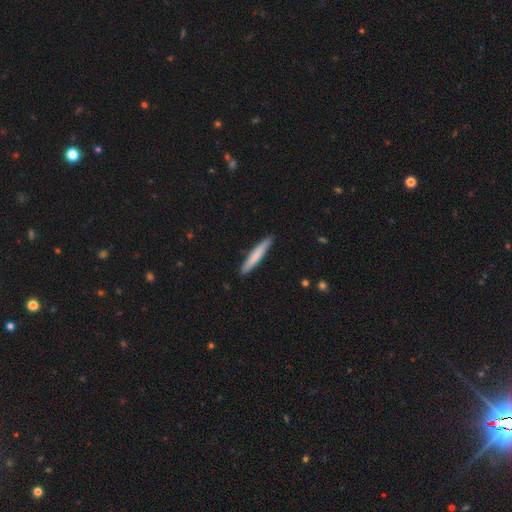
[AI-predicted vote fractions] Morphology: type=smooth (74%); roundness=cigar-shaped (95%); merging=none (90%).